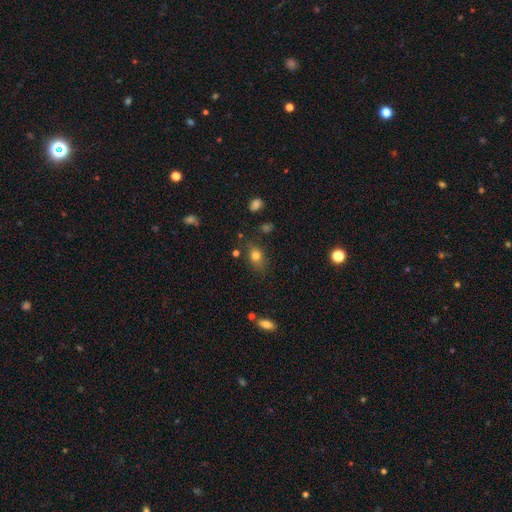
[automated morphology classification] Smooth or featured: smooth — 77% (star or artifact — 12%)
How rounded: in between — 66% (round — 31%)
Merging: none — 75% (minor disturbance — 17%)